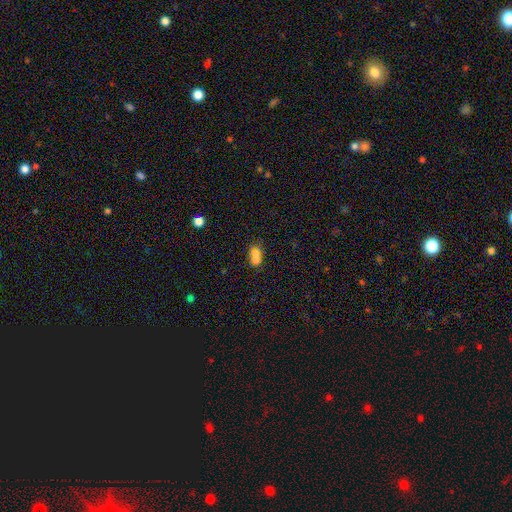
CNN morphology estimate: Overall: smooth (69%). How rounded: in between (63%; round 34%). Merging: merger (58%; none 28%).